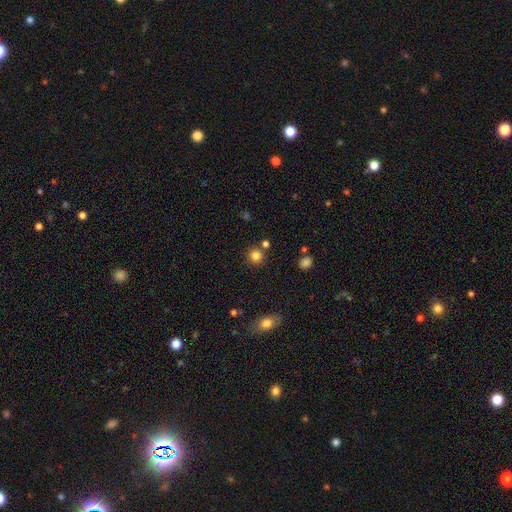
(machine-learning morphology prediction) smooth-or-featured: smooth: 82% | star or artifact: 12% | featured or disk: 5%
  how-rounded: round: 92% | in between: 7% | cigar-shaped: 1%
  merging: none: 80% | merger: 10% | minor disturbance: 8% | major disturbance: 3%